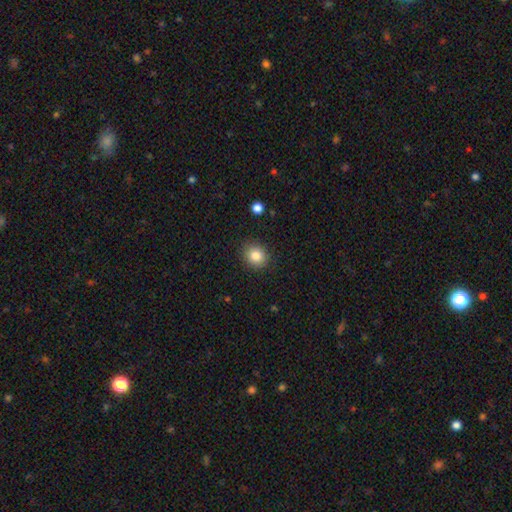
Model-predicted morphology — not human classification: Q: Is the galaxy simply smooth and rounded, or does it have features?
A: smooth — 84%.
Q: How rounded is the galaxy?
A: round — 73%.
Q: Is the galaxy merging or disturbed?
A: none — 88%.